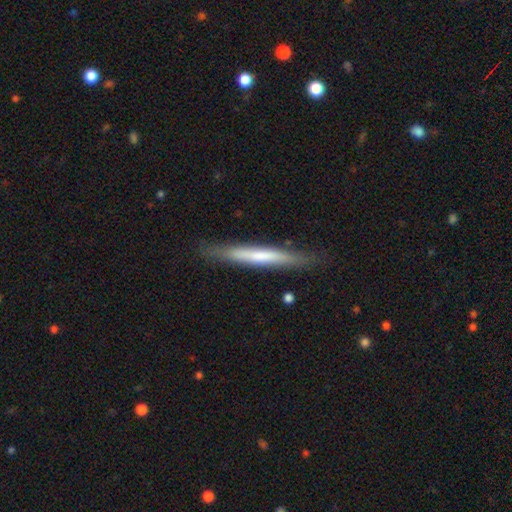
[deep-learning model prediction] Smooth or featured? Predicted: smooth (p=0.53). How rounded? Predicted: cigar-shaped (p=0.96). Merging? Predicted: none (p=0.85).